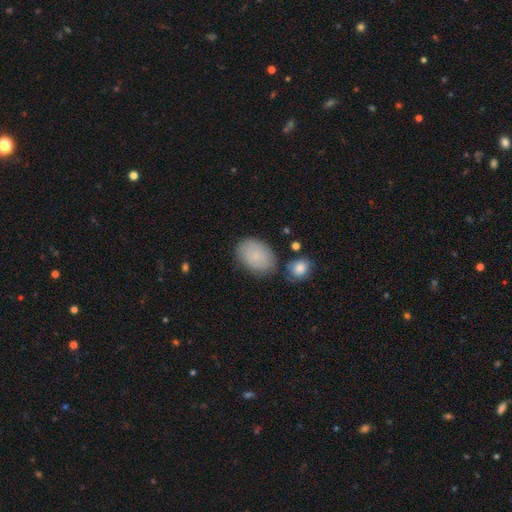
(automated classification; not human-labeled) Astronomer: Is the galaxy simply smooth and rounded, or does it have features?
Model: smooth — 73%.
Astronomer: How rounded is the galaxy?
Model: in between — 84%.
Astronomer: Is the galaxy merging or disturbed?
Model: none — 70%.